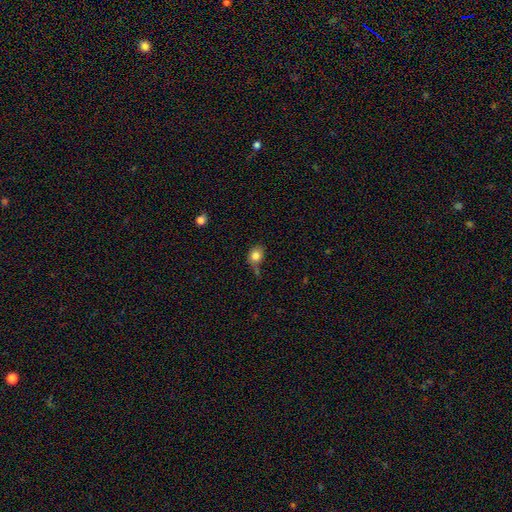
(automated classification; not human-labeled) This is clearly a smooth galaxy (82%). How rounded: likely round (64%). Merging: possibly none (60%).